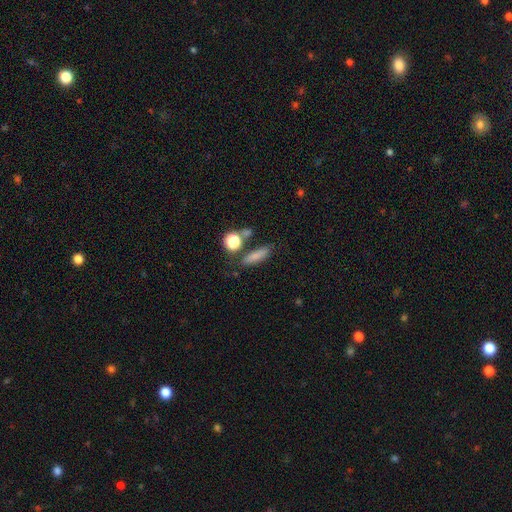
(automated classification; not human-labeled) A smooth galaxy with no disk features (80%) that is cigar-shaped (54%).

Vote fractions:
- Smooth or featured? smooth: 80% / star or artifact: 10% / featured or disk: 10%
- How rounded? cigar-shaped: 54% / in between: 37% / round: 9%
- Merging? none: 70% / minor disturbance: 14% / merger: 10% / major disturbance: 5%